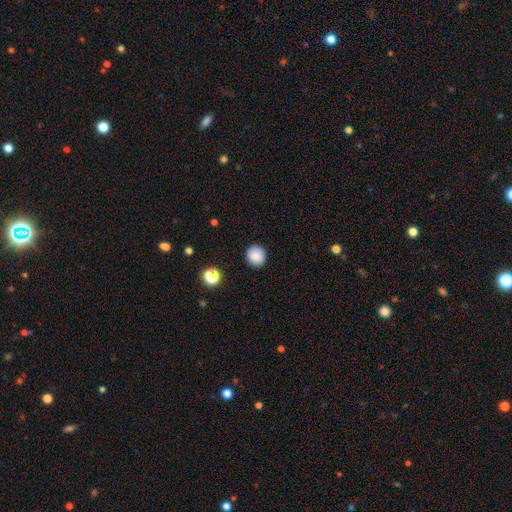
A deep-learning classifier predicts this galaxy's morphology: Smooth or featured: smooth — 87% (star or artifact — 9%)
How rounded: round — 89% (in between — 10%)
Merging: none — 90% (minor disturbance — 7%)